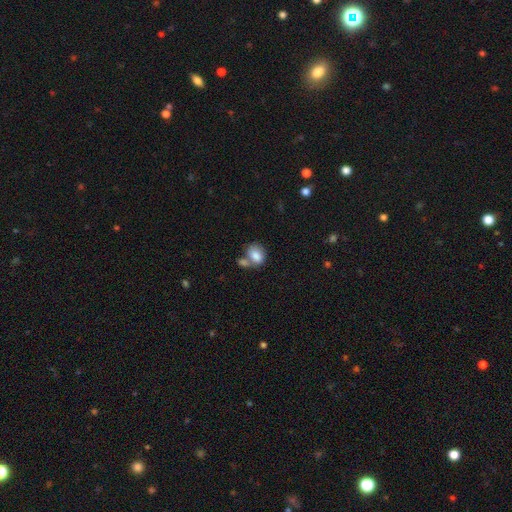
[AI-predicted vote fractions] This is clearly a smooth galaxy (81%). How rounded: likely in between (64%). Merging: marginally merger (44%).